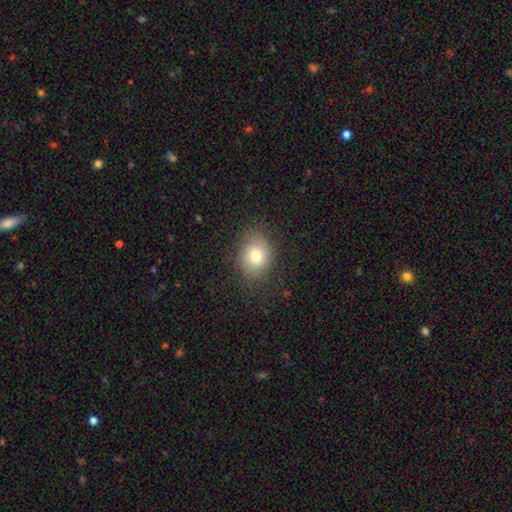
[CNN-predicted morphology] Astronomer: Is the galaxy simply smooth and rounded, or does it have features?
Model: smooth — 78%.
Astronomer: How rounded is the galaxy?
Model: in between — 52% (runner-up: round, 47%).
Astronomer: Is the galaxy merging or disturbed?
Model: none — 81%.